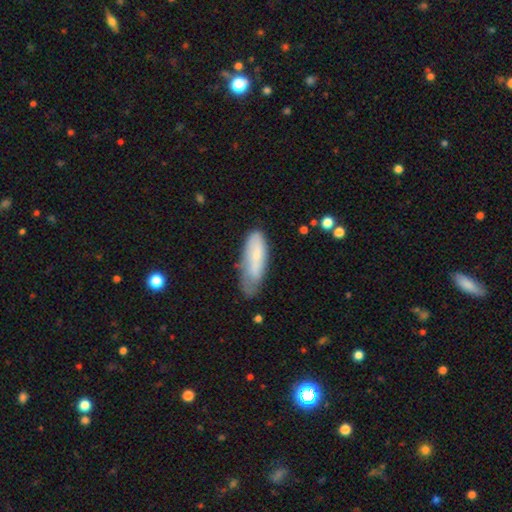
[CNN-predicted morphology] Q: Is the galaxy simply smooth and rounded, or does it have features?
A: smooth — 65%.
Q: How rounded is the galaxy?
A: in between — 59%.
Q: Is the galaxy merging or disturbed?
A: none — 44%.